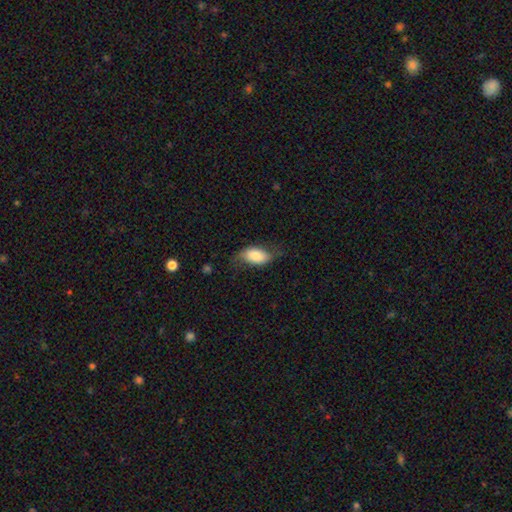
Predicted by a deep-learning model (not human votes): A smooth galaxy with no disk features (71%) that is in between round and cigar-shaped (92%).

Vote fractions:
- Smooth or featured? smooth: 71% / featured or disk: 22% / star or artifact: 7%
- How rounded? in between: 92% / round: 5% / cigar-shaped: 3%
- Merging? none: 53% / minor disturbance: 30% / major disturbance: 15% / merger: 2%